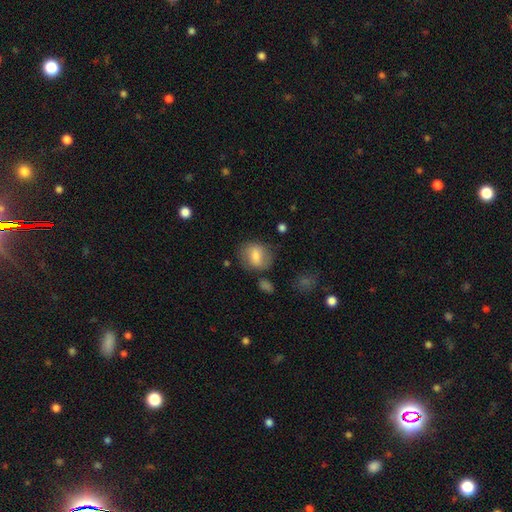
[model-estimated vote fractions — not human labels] This is likely a smooth galaxy (72%). How rounded: possibly round (57%). Merging: likely none (71%).